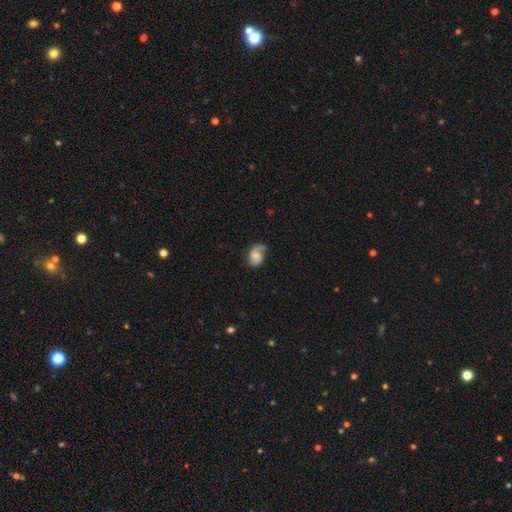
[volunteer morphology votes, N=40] Smooth or featured? 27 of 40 (68%) said featured or disk. Edge-on disk? 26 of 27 (96%) said no. Bar? 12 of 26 (46%) said weak. Spiral arms? 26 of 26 (100%) said yes. Spiral winding? 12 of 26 (46%) said medium. Spiral arm count? 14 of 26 (54%) said 1. Bulge size? 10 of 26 (38%) said none. Merging? 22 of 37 (59%) said none.